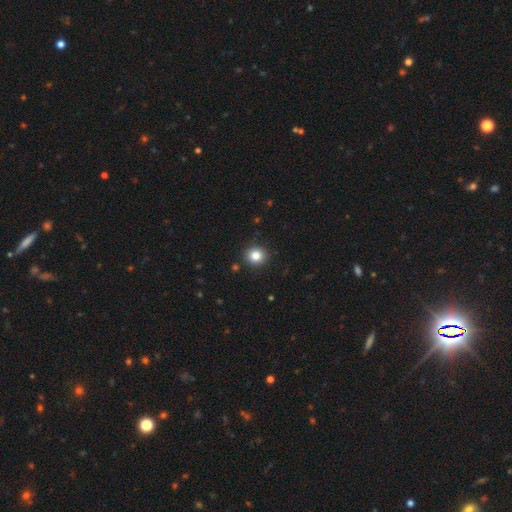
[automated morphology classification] smooth 83%, star or artifact 11%, featured or disk 6%. Down the decision tree: how rounded — round (90%); merging — none (91%).